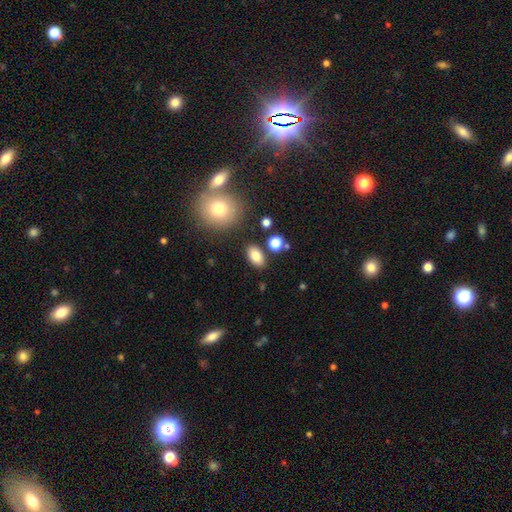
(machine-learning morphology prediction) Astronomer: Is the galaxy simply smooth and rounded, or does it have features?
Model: smooth — 82%.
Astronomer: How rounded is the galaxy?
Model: in between — 89%.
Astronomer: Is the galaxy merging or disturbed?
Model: none — 84%.